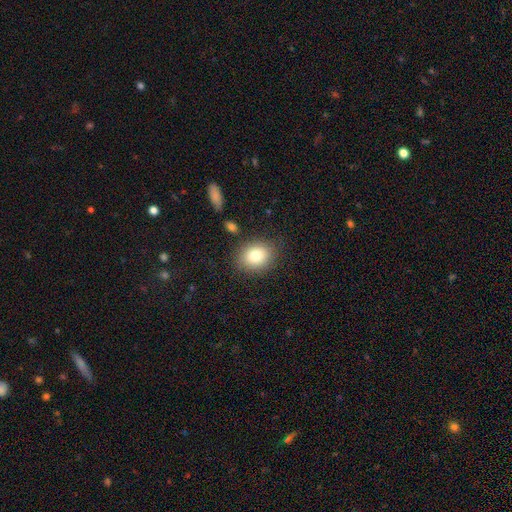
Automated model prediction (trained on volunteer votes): This is clearly a smooth galaxy (81%). How rounded: possibly round (55%). Merging: clearly none (82%).